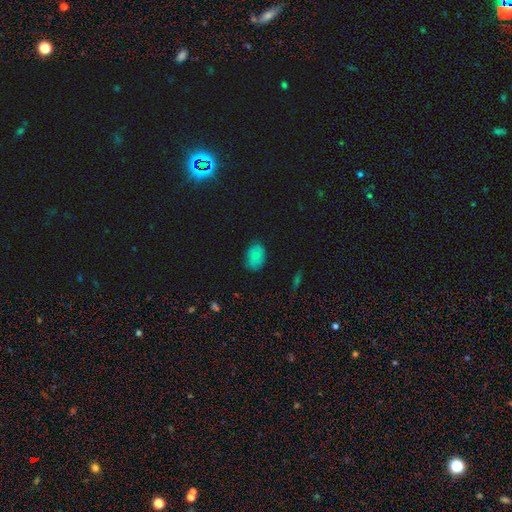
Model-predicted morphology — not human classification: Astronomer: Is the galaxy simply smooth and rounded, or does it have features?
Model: smooth — 71%.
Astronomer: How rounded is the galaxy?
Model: in between — 77%.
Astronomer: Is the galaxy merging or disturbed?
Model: none — 79%.